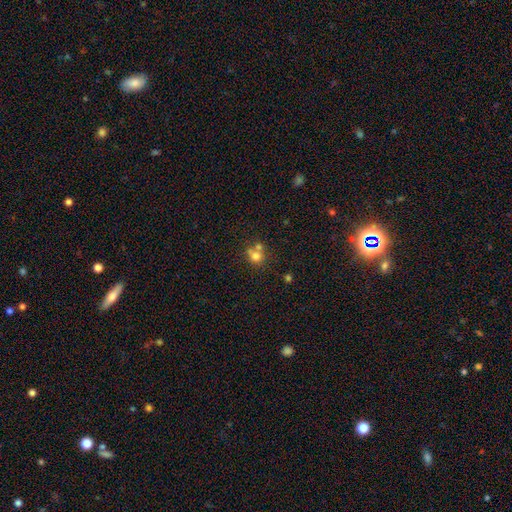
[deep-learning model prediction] smooth_or_featured: smooth (p=0.73) [alt: star or artifact p=0.14]
how_rounded: round (p=0.81) [alt: in between p=0.18]
merging: none (p=0.44) [alt: merger p=0.41]